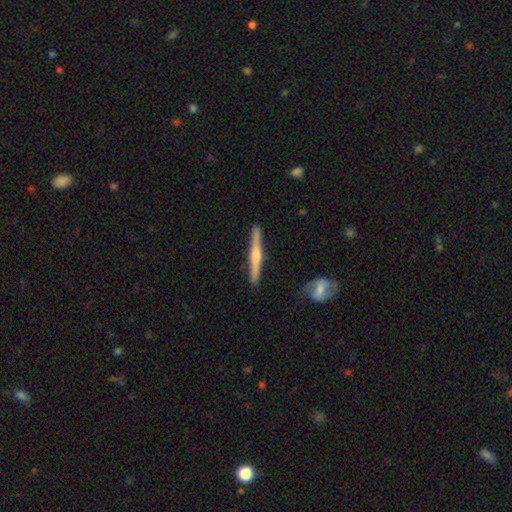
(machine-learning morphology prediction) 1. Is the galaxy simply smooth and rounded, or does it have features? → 72% featured or disk, 22% smooth, 6% star or artifact.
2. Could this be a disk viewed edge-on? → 97% yes, 3% no.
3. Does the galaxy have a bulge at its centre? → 85% rounded, 10% none, 5% boxy.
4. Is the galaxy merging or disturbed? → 88% none, 8% minor disturbance, 2% merger, 2% major disturbance.